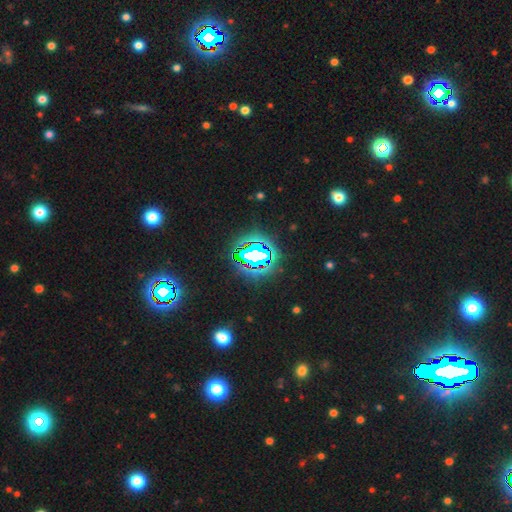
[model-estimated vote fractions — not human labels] This appears to be a star or artifact, not a galaxy (75%).